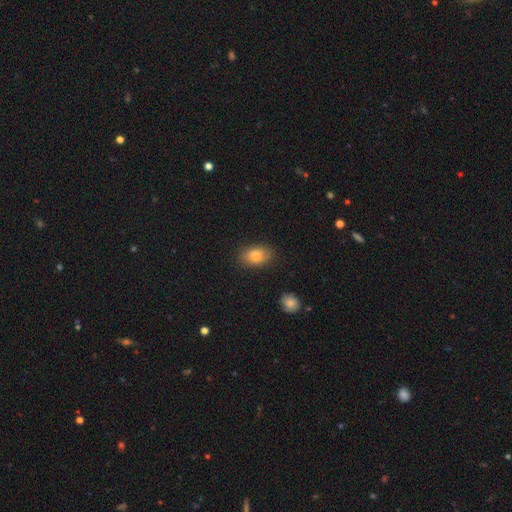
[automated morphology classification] This appears to be a smooth galaxy with no disk features (83%) that is in between round and cigar-shaped (83%). Merging: none (84%).